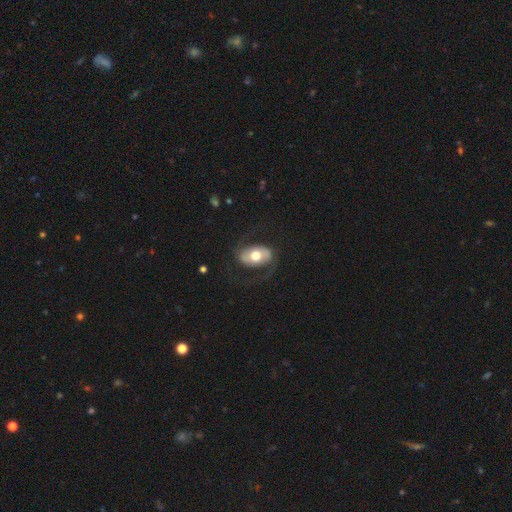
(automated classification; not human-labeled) Morphology: type=featured or disk (60%); edge-on=no (94%); bar=no (56%); spiral arms=yes (72%); bulge=moderate (66%); merging=none (68%).